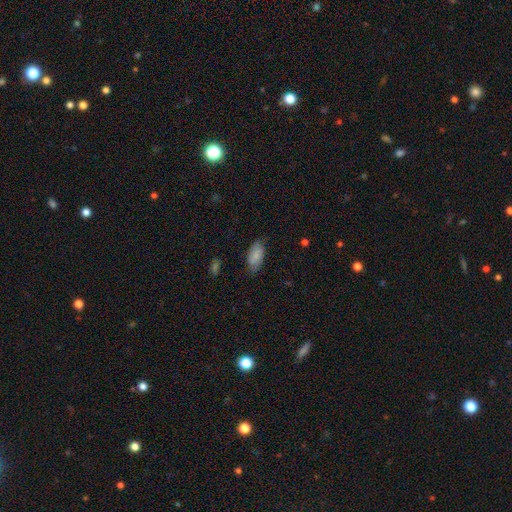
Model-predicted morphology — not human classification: The model was most divided on "merging": none: 73%, minor disturbance: 21%, major disturbance: 4%, merger: 1%. More confident: how rounded — in between (92%); smooth or featured — smooth (80%).